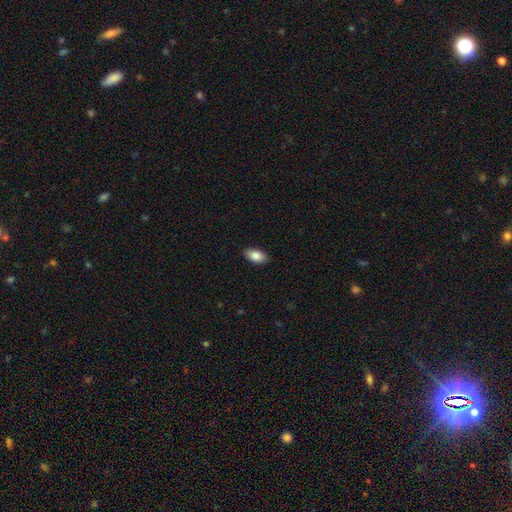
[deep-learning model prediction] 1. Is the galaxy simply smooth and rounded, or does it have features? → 86% smooth, 7% featured or disk, 7% star or artifact.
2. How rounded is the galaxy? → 93% in between, 4% round, 3% cigar-shaped.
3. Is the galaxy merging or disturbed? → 89% none, 9% minor disturbance, 2% major disturbance, 1% merger.